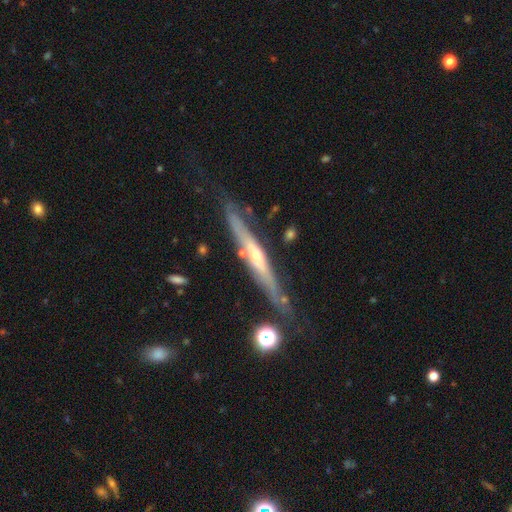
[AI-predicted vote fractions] Morphology: type=featured or disk (78%); edge-on=yes (93%); edge-on bulge=rounded (61%); merging=none (74%).